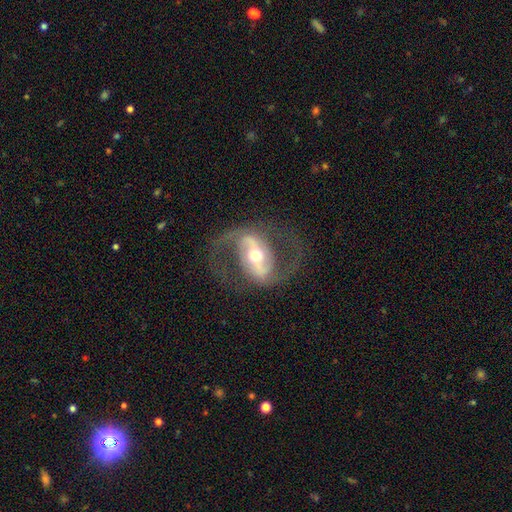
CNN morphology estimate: Smooth or featured?
  - featured or disk: 89% *
  - smooth: 6%
  - star or artifact: 5%
Edge-on disk?
  - no: 96% *
  - yes: 4%
Bar?
  - strong: 54% *
  - weak: 29%
  - no: 16%
Spiral arms?
  - yes: 93% *
  - no: 7%
Spiral winding?
  - medium: 53% *
  - loose: 34%
  - tight: 13%
Spiral arm count?
  - 2: 93% *
  - can't tell: 3%
  - 1: 2%
  - 3: 1%
  - 4: 1%
  - more than 4: 1%
Bulge size?
  - moderate: 69% *
  - small: 20%
  - large: 8%
  - dominant: 1%
  - none: 1%
Merging?
  - none: 77% *
  - minor disturbance: 11%
  - major disturbance: 11%
  - merger: 1%